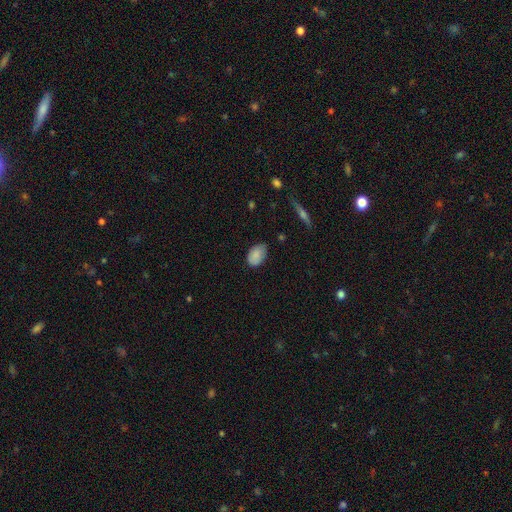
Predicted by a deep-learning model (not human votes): A smooth galaxy with no disk features (85%) that is in between round and cigar-shaped (89%).

Vote fractions:
- Smooth or featured? smooth: 85% / star or artifact: 8% / featured or disk: 8%
- How rounded? in between: 89% / round: 9% / cigar-shaped: 1%
- Merging? none: 69% / minor disturbance: 26% / major disturbance: 4% / merger: 2%